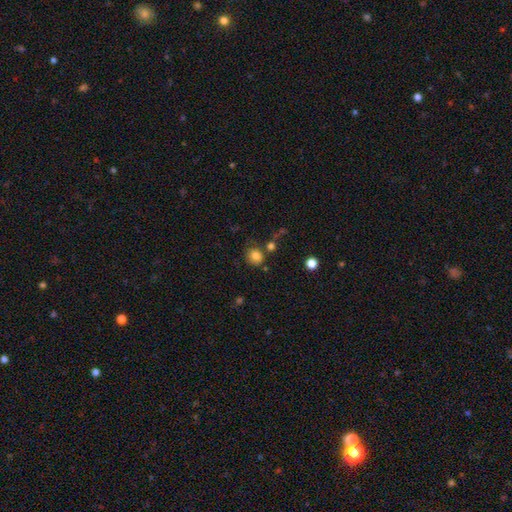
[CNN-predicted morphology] Smooth or featured? smooth (82%)
How rounded? round (84%)
Merging? none (73%)